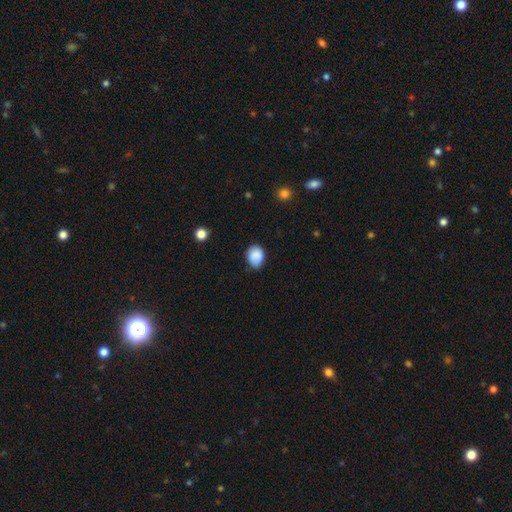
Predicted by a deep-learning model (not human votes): smooth 86%, star or artifact 8%, featured or disk 6%. Down the decision tree: how rounded — in between (54%); merging — none (63%).